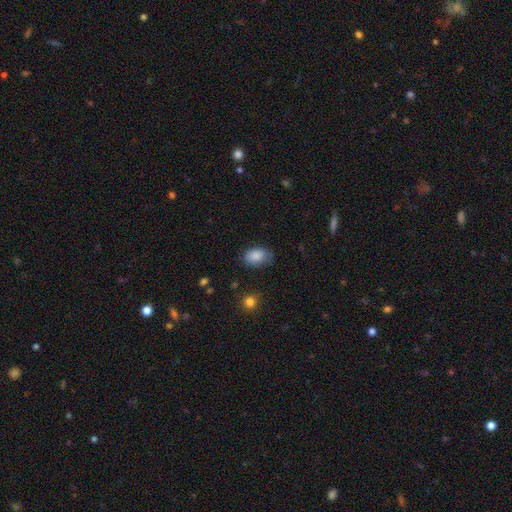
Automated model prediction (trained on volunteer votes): Q: Smooth or featured?
A: smooth (86%); runner-up: star or artifact (8%)
Q: How rounded?
A: in between (85%); runner-up: round (14%)
Q: Merging?
A: none (67%); runner-up: minor disturbance (25%)